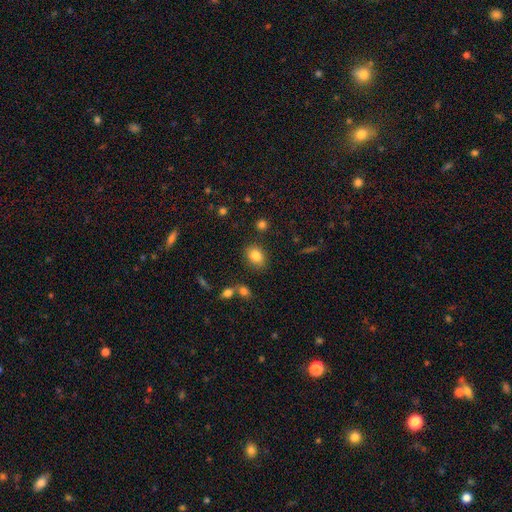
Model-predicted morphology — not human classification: Overall: smooth (83%). How rounded: in between (65%; round 34%). Merging: none (81%).